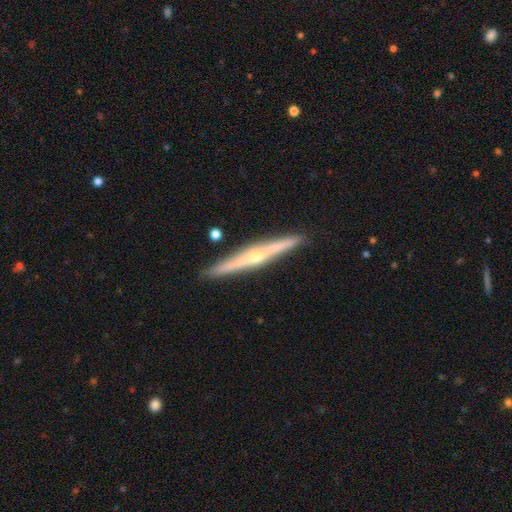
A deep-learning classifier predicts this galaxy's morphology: Smooth or featured? featured or disk (78%)
Edge-on disk? yes (98%)
Edge-on bulge? rounded (84%)
Merging? none (91%)